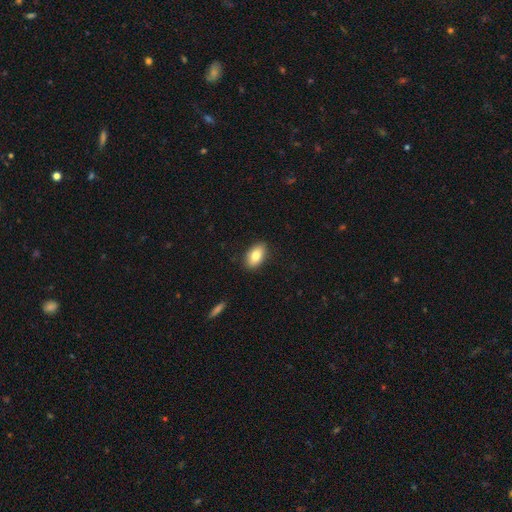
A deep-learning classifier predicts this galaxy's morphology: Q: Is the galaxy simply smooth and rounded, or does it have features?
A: smooth — 81%.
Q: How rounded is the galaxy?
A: in between — 91%.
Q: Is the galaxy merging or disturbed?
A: none — 88%.